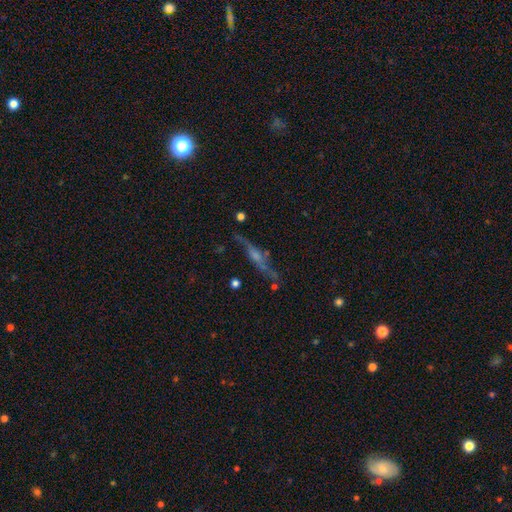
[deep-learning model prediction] smooth_or_featured: featured or disk (p=0.70) [alt: smooth p=0.15]
disk_edge_on: yes (p=0.74) [alt: no p=0.26]
edge_on_bulge: rounded (p=0.70) [alt: none p=0.18]
merging: none (p=0.63) [alt: minor disturbance p=0.20]